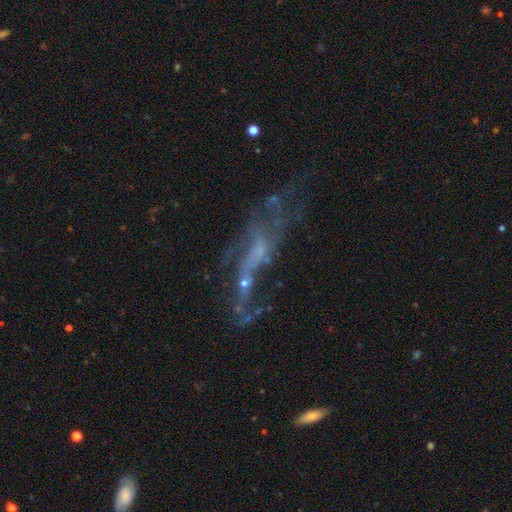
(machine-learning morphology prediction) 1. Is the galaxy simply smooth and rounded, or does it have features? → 66% featured or disk, 19% star or artifact, 15% smooth.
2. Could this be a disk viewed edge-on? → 81% no, 19% yes.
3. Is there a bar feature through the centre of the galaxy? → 60% no, 29% weak, 10% strong.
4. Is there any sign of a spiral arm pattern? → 52% yes, 48% no.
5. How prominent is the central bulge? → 44% small, 36% none, 16% moderate, 2% large, 1% dominant.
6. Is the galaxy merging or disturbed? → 40% none, 33% major disturbance, 15% minor disturbance, 12% merger.